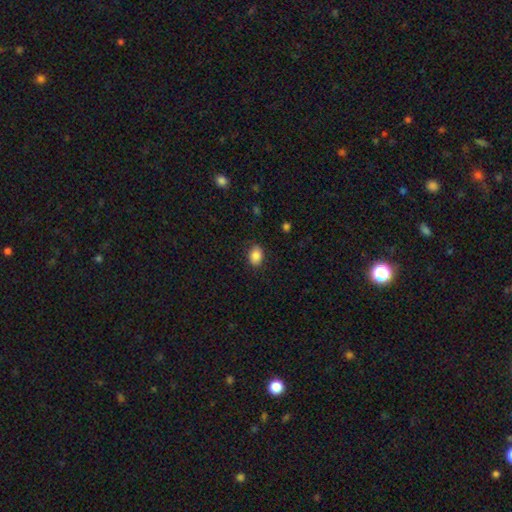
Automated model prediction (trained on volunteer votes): Morphology: type=smooth (87%); roundness=in between (77%); merging=none (85%).